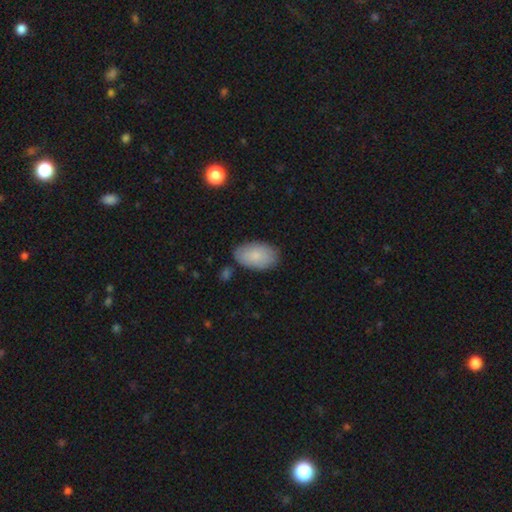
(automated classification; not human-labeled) Smooth or featured? Predicted: smooth (p=0.84). How rounded? Predicted: in between (p=0.94). Merging? Predicted: none (p=0.80).